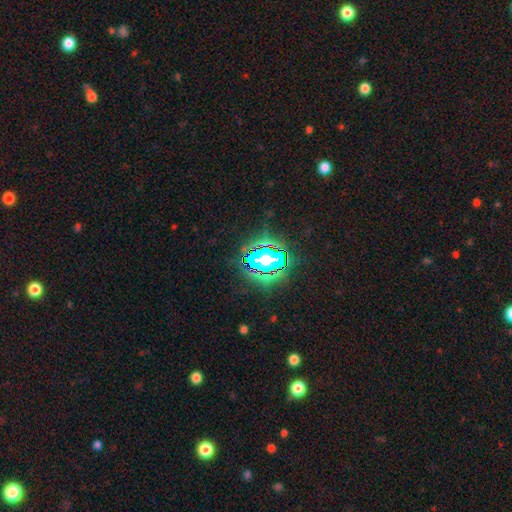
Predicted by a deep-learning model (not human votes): smooth-or-featured: star or artifact: 81% | smooth: 11% | featured or disk: 7%